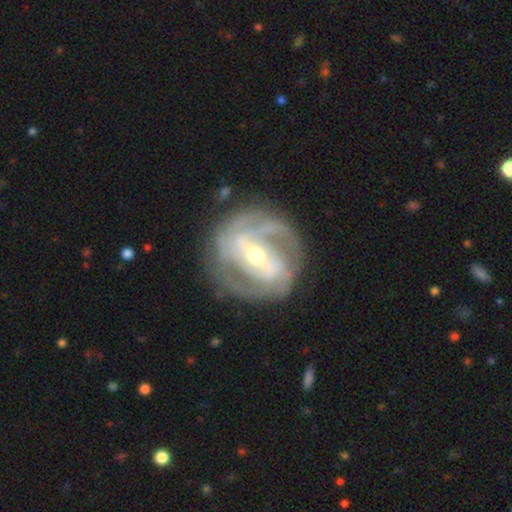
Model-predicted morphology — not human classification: Smooth or featured: featured or disk — 88% (smooth — 7%)
Edge-on disk: no — 97% (yes — 3%)
Bar: strong — 52% (weak — 32%)
Spiral arms: yes — 94% (no — 6%)
Spiral winding: tight — 57% (medium — 35%)
Spiral arm count: 2 — 45% (3 — 21%)
Bulge size: moderate — 50% (small — 45%)
Merging: none — 76% (minor disturbance — 15%)